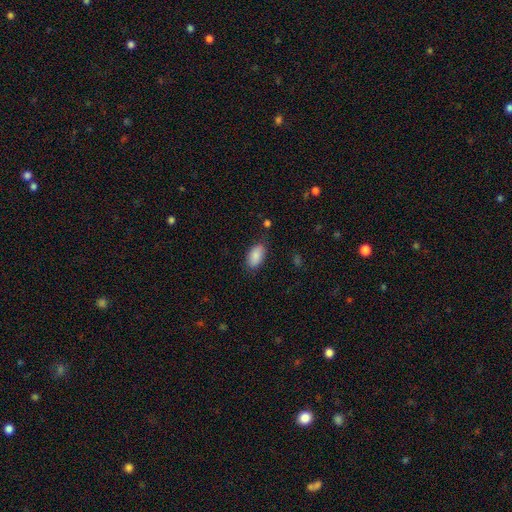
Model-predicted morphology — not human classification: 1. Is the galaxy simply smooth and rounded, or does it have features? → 87% smooth, 7% star or artifact, 6% featured or disk.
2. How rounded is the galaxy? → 93% in between, 4% round, 3% cigar-shaped.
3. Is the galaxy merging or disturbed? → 79% none, 16% minor disturbance, 4% major disturbance, 2% merger.